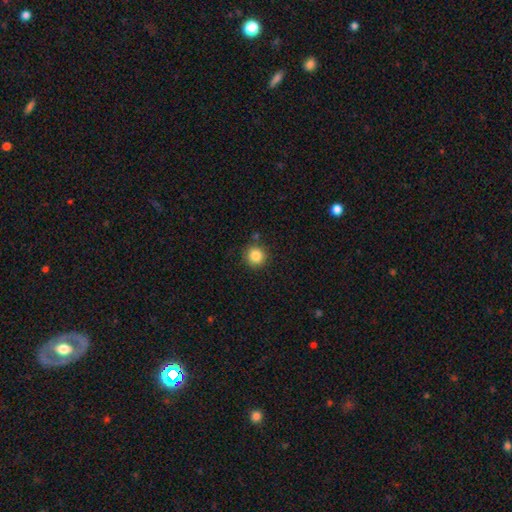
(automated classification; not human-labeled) Smooth or featured? Predicted: smooth (p=0.85). How rounded? Predicted: round (p=0.94). Merging? Predicted: none (p=0.86).